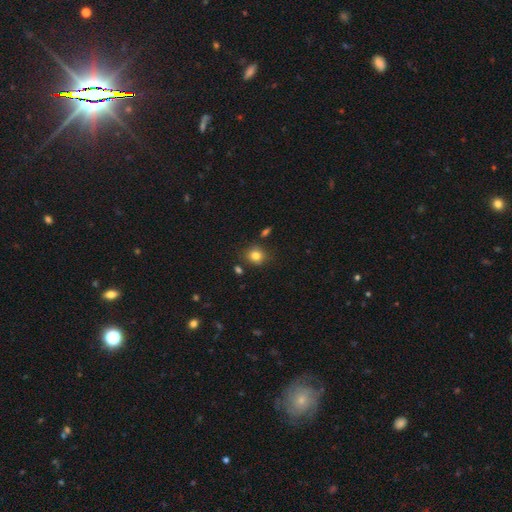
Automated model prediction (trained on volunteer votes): Smooth or featured: smooth — 81% (star or artifact — 12%)
How rounded: round — 77% (in between — 22%)
Merging: none — 81% (minor disturbance — 12%)